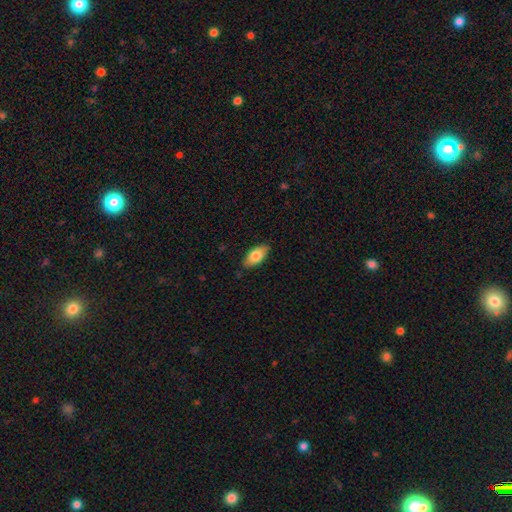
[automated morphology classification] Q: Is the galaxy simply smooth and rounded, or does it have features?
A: smooth — 80%.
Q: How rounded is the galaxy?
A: in between — 91%.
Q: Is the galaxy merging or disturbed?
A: none — 86%.